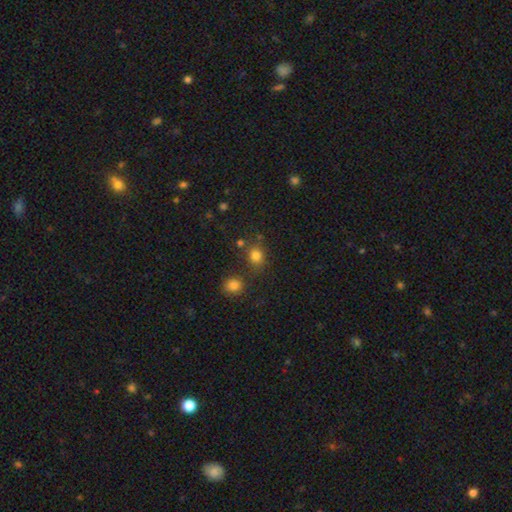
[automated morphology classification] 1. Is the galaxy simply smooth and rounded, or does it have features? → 79% smooth, 15% star or artifact, 6% featured or disk.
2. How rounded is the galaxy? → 75% round, 24% in between, 1% cigar-shaped.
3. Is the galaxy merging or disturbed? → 70% none, 13% merger, 12% minor disturbance, 5% major disturbance.